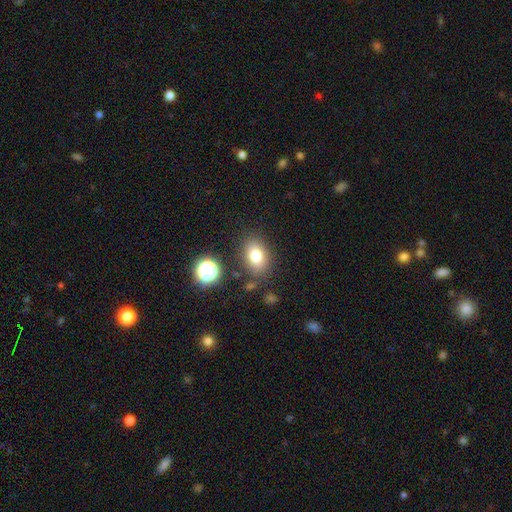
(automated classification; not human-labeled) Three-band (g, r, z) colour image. It shows a smooth galaxy with no disk features (78%) that is in between round and cigar-shaped (75%). Merging: none (81%).